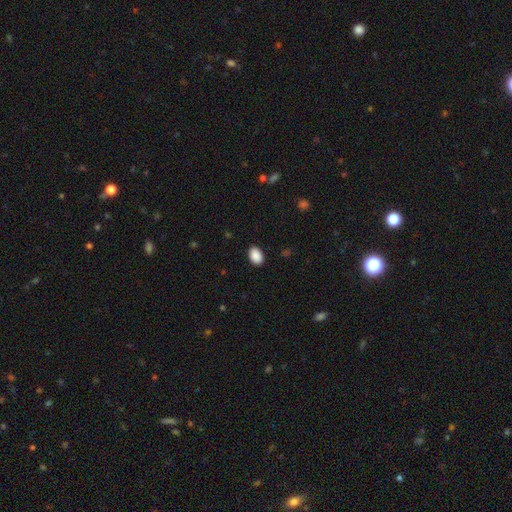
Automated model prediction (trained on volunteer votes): A smooth galaxy with no disk features (90%) that is in between round and cigar-shaped (85%).

Vote fractions:
- Smooth or featured? smooth: 90% / star or artifact: 7% / featured or disk: 3%
- How rounded? in between: 85% / round: 14% / cigar-shaped: 1%
- Merging? none: 88% / minor disturbance: 9% / major disturbance: 2% / merger: 1%